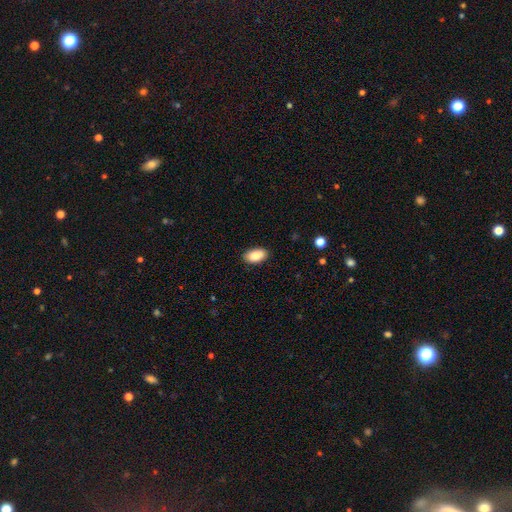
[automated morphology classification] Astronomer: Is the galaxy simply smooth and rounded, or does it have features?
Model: smooth — 86%.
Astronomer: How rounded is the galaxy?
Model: in between — 93%.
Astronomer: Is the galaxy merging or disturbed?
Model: none — 87%.